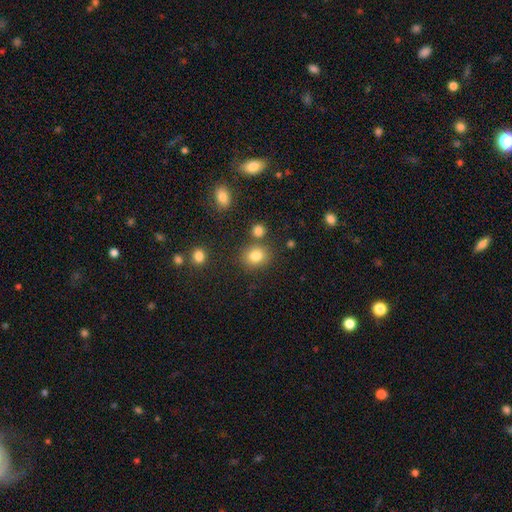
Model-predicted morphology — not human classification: Overall: smooth (81%). How rounded: round (67%; in between 32%). Merging: none (77%).